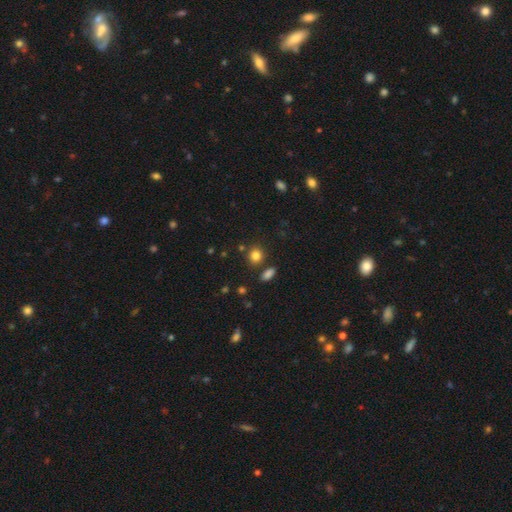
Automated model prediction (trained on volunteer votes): The model was most divided on "how rounded": round: 77%, in between: 22%, cigar-shaped: 1%. More confident: smooth or featured — smooth (82%); merging — none (79%).